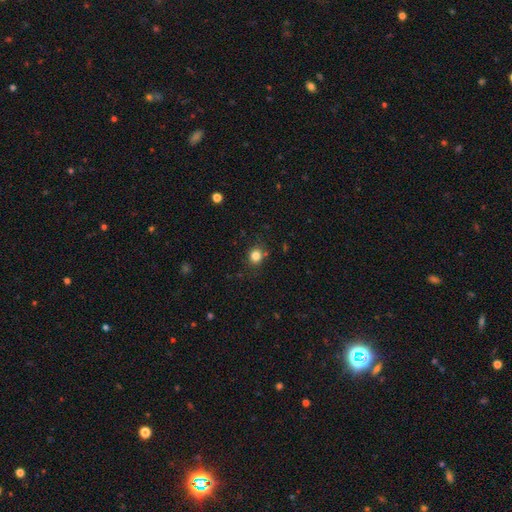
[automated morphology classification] Smooth or featured: smooth — 82% (star or artifact — 12%)
How rounded: round — 80% (in between — 19%)
Merging: none — 83% (minor disturbance — 11%)